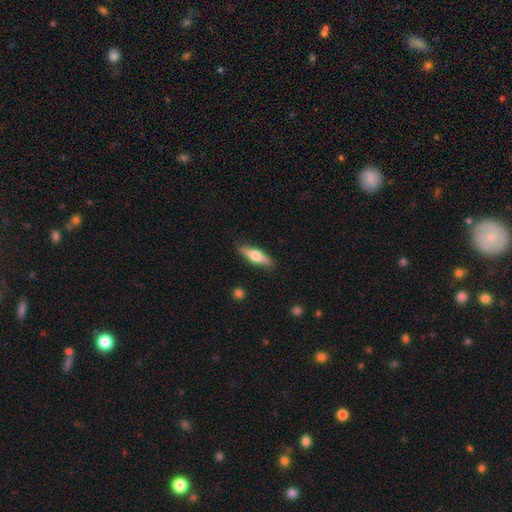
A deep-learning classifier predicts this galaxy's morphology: Smooth or featured?
  - featured or disk: 50% *
  - smooth: 44%
  - star or artifact: 6%
Edge-on disk?
  - yes: 93% *
  - no: 7%
Merging?
  - none: 87% *
  - minor disturbance: 10%
  - major disturbance: 2%
  - merger: 1%